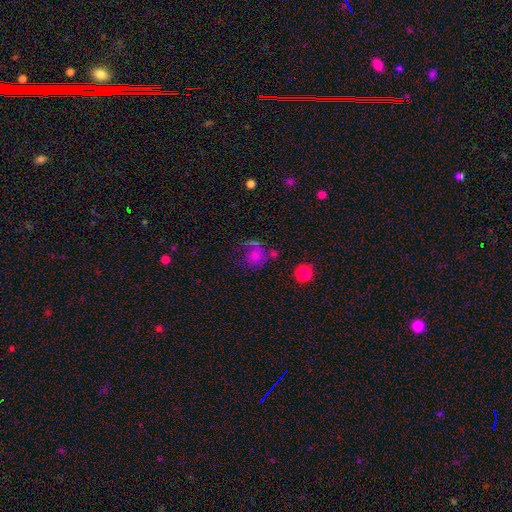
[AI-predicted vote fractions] Smooth or featured?
  - smooth: 61% *
  - featured or disk: 26%
  - star or artifact: 13%
How rounded?
  - round: 75% *
  - in between: 24%
  - cigar-shaped: 1%
Merging?
  - none: 37% *
  - major disturbance: 29%
  - minor disturbance: 18%
  - merger: 16%